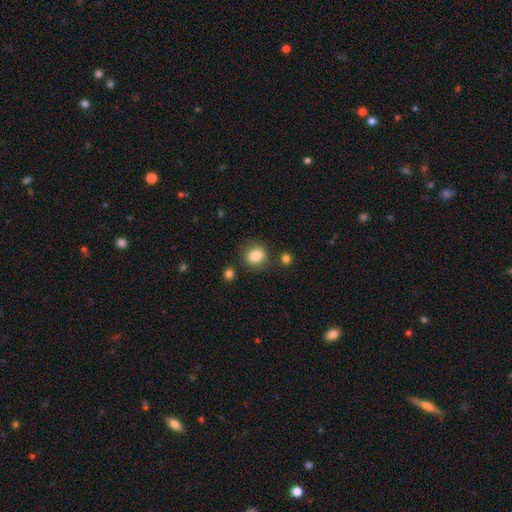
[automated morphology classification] This is clearly a smooth galaxy (84%). How rounded: possibly round (59%). Merging: clearly none (80%).